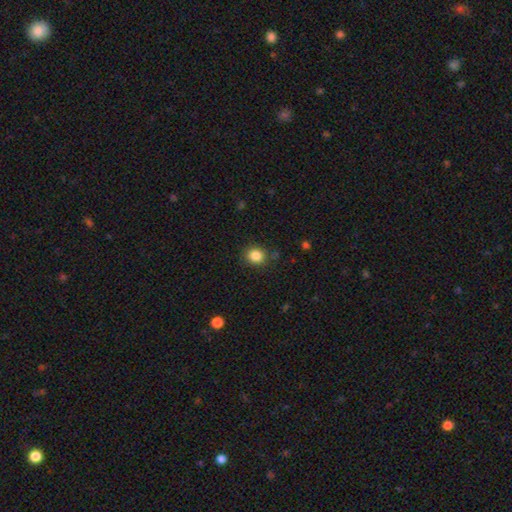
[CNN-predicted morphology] Smooth or featured?
  - smooth: 85% *
  - star or artifact: 11%
  - featured or disk: 4%
How rounded?
  - round: 81% *
  - in between: 19%
  - cigar-shaped: 1%
Merging?
  - none: 86% *
  - minor disturbance: 10%
  - major disturbance: 3%
  - merger: 2%